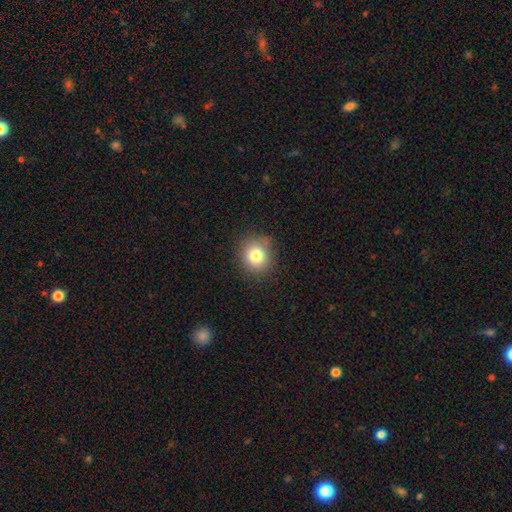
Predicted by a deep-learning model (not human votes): Smooth or featured? smooth (80%)
How rounded? round (84%)
Merging? none (85%)